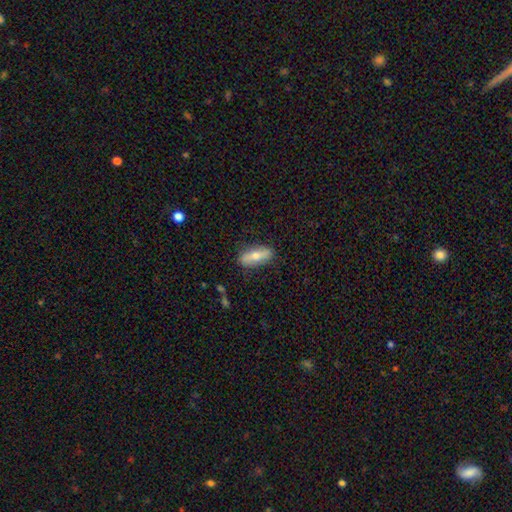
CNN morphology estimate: type=smooth (59%); roundness=in between (64%); merging=none (83%).